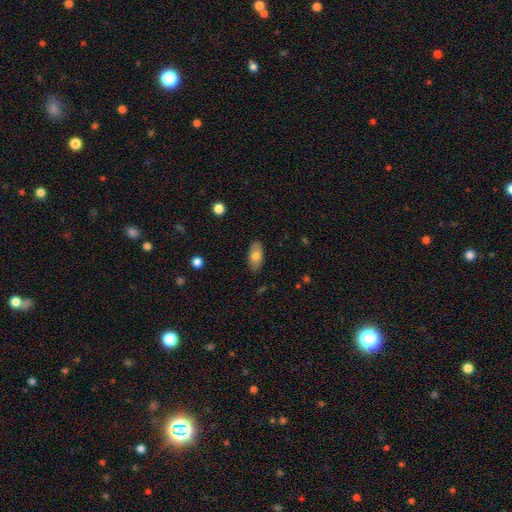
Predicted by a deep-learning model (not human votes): Smooth or featured: smooth — 76% (featured or disk — 17%)
How rounded: in between — 90% (cigar-shaped — 6%)
Merging: none — 85% (minor disturbance — 11%)